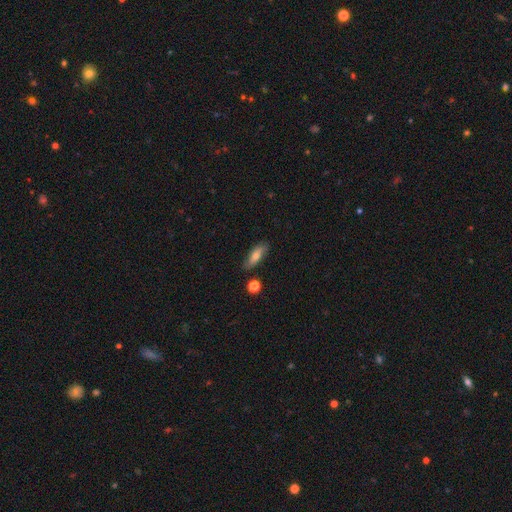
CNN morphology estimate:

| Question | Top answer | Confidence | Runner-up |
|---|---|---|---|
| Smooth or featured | smooth | 63% | featured or disk (29%) |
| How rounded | in between | 59% | cigar-shaped (37%) |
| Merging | none | 81% | minor disturbance (14%) |